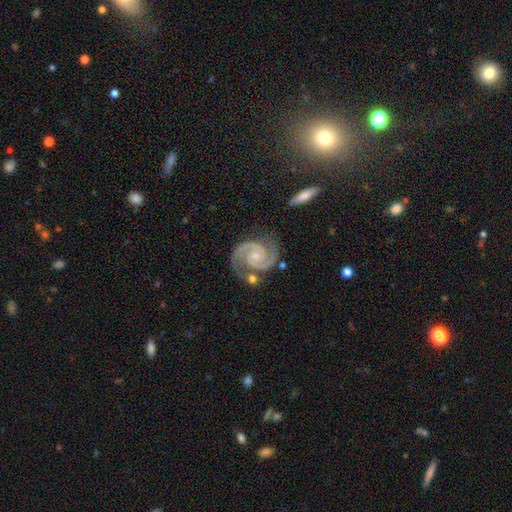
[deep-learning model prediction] A featured or disk galaxy (93%) with no bar (69%), 2 (94%) tight (51%) spiral arms (99%) and a small central bulge (66%).

Vote fractions:
- Smooth or featured? featured or disk: 93% / star or artifact: 4% / smooth: 3%
- Edge-on disk? no: 98% / yes: 2%
- Bar? no: 69% / weak: 24% / strong: 7%
- Spiral arms? yes: 99% / no: 1%
- Spiral winding? tight: 51% / medium: 44% / loose: 5%
- Spiral arm count? 2: 94% / 3: 2% / can't tell: 1% / 1: 1% / 4: 1% / more than 4: 1%
- Bulge size? small: 66% / moderate: 27% / none: 5% / large: 1% / dominant: 1%
- Merging? none: 74% / minor disturbance: 15% / merger: 7% / major disturbance: 4%